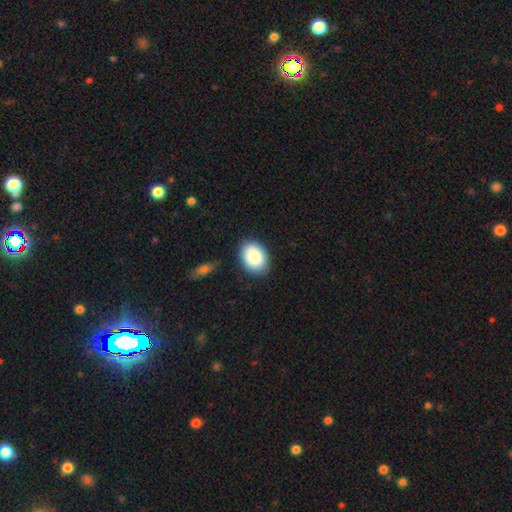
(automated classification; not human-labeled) smooth_or_featured: smooth (p=0.88) [alt: star or artifact p=0.07]
how_rounded: in between (p=0.73) [alt: round p=0.26]
merging: none (p=0.84) [alt: minor disturbance p=0.11]